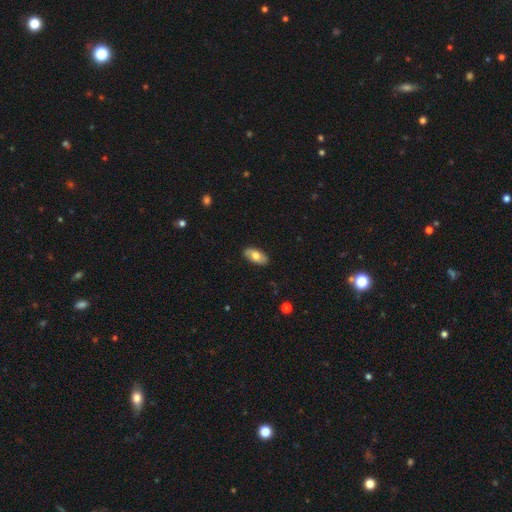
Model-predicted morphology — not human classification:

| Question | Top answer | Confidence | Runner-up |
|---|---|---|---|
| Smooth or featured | smooth | 67% | featured or disk (27%) |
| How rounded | in between | 92% | cigar-shaped (5%) |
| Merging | none | 88% | minor disturbance (9%) |